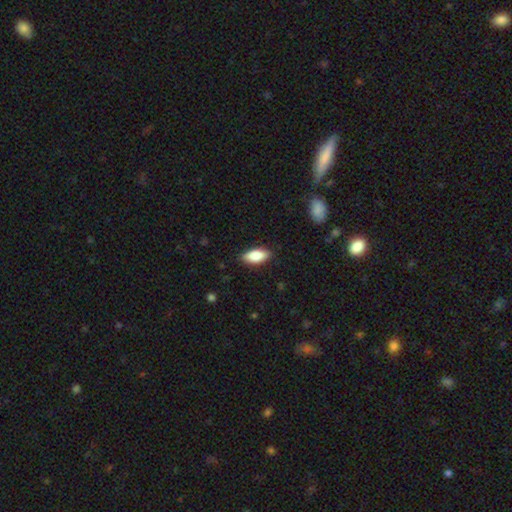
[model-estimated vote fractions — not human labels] Q: Smooth or featured?
A: smooth (84%); runner-up: featured or disk (9%)
Q: How rounded?
A: in between (88%); runner-up: cigar-shaped (10%)
Q: Merging?
A: none (87%); runner-up: minor disturbance (10%)